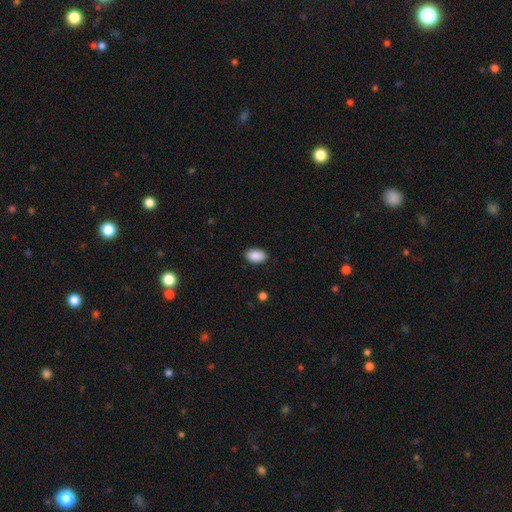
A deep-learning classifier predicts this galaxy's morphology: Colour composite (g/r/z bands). It shows a smooth galaxy with no disk features (90%) that is in between round and cigar-shaped (92%). Merging: none (87%).